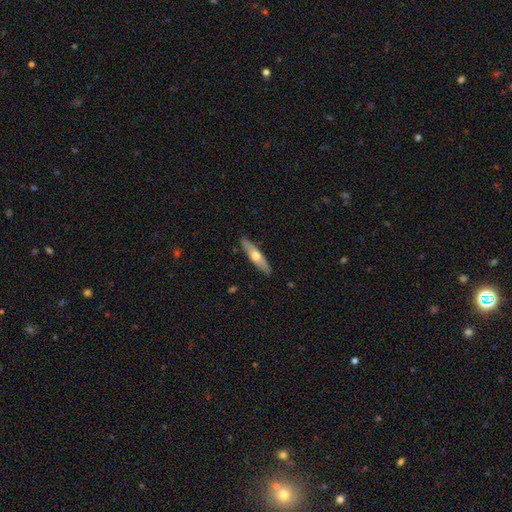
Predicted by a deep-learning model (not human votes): Smooth or featured: smooth — 50% (featured or disk — 44%)
How rounded: cigar-shaped — 77% (in between — 21%)
Merging: none — 88% (minor disturbance — 9%)